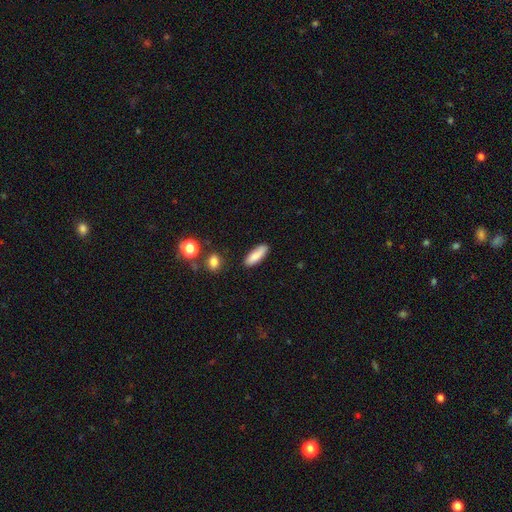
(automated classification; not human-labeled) Smooth or featured? smooth (82%)
How rounded? in between (52%)
Merging? none (81%)